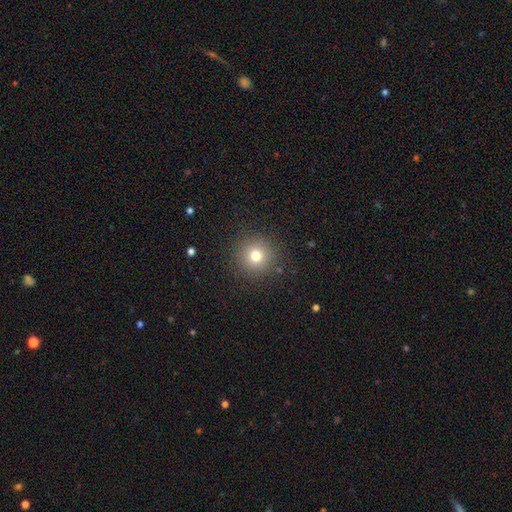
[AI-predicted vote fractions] A smooth galaxy with no disk features (76%) that is round (95%). Merging: none (90%).